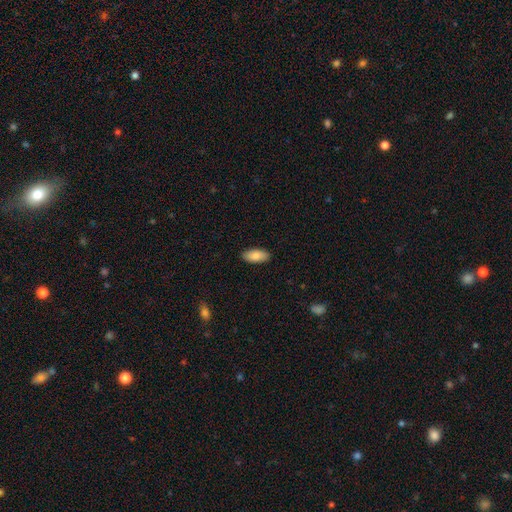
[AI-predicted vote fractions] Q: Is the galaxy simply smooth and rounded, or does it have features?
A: smooth — 85%.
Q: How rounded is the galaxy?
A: in between — 90%.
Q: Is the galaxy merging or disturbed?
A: none — 90%.